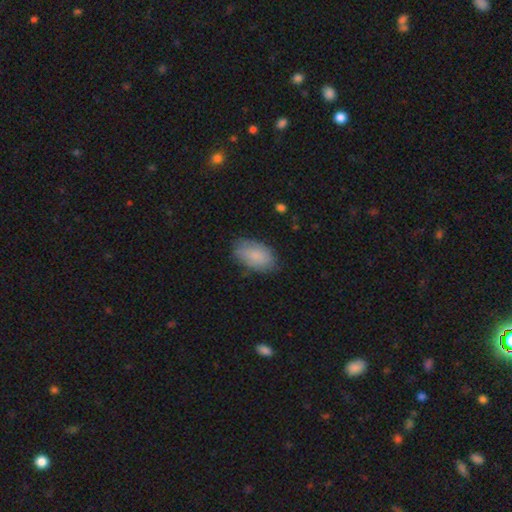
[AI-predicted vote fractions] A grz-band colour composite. It shows a smooth galaxy with no disk features (84%) that is in between round and cigar-shaped (93%). Merging: none (76%).